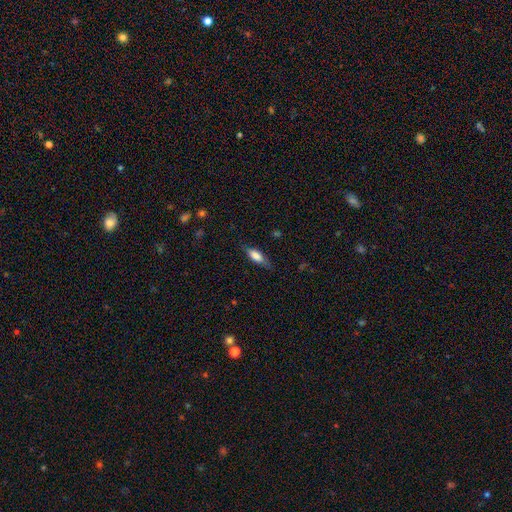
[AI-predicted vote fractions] A smooth galaxy with no disk features (76%) that is in between round and cigar-shaped (64%).

Vote fractions:
- Smooth or featured? smooth: 76% / featured or disk: 17% / star or artifact: 7%
- How rounded? in between: 64% / cigar-shaped: 34% / round: 2%
- Merging? none: 73% / minor disturbance: 21% / major disturbance: 5% / merger: 1%